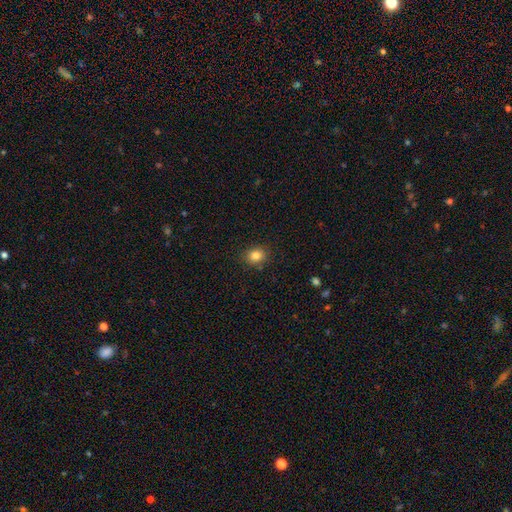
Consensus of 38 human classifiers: smooth-or-featured: smooth: 92% | featured or disk: 5% | star or artifact: 3%
  how-rounded: round: 71% | in between: 29% | cigar-shaped: 0%
  merging: none: 84% | minor disturbance: 14% | merger: 3% | major disturbance: 0%